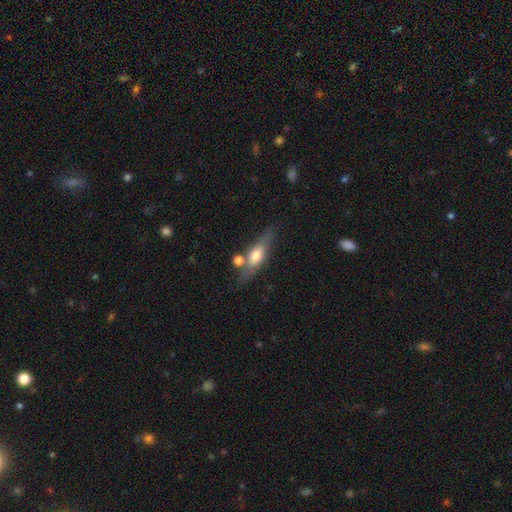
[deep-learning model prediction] A smooth galaxy with no disk features (48%). Merging: none (62%).